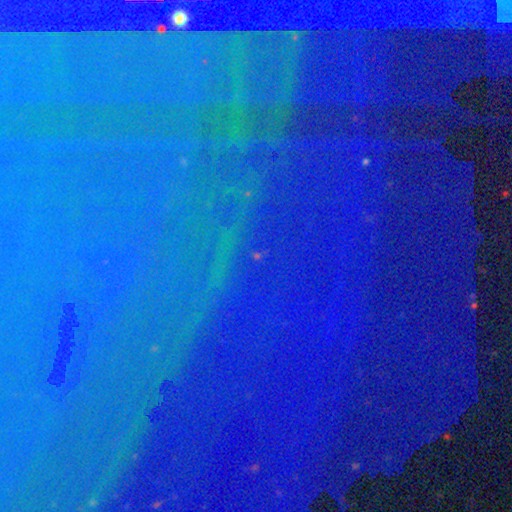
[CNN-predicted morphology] Q: Smooth or featured?
A: star or artifact (82%); runner-up: smooth (10%)